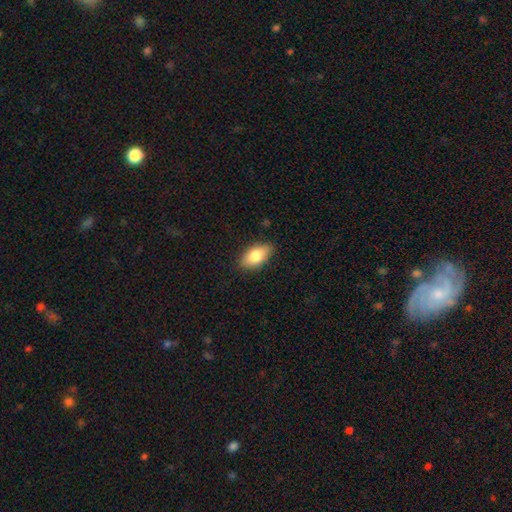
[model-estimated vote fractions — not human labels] smooth 80%, featured or disk 13%, star or artifact 7%. Down the decision tree: how rounded — in between (90%); merging — none (84%).